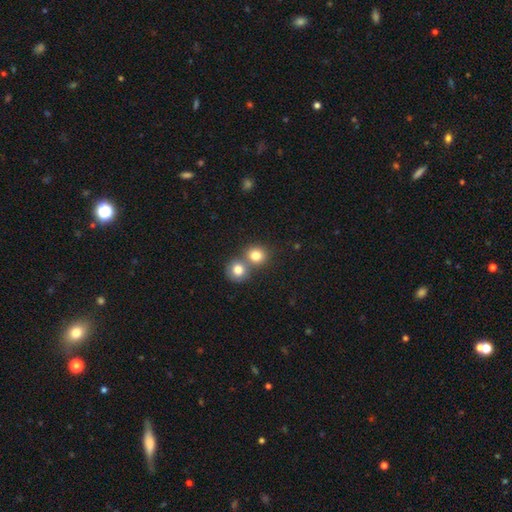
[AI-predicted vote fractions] Overall: smooth (81%). How rounded: round (84%). Merging: none (47%; merger 45%).